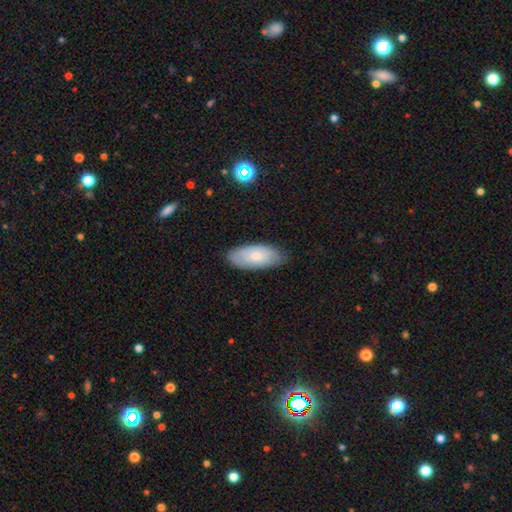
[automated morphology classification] This is likely a smooth galaxy (63%). How rounded: clearly in between (89%). Merging: likely none (79%).